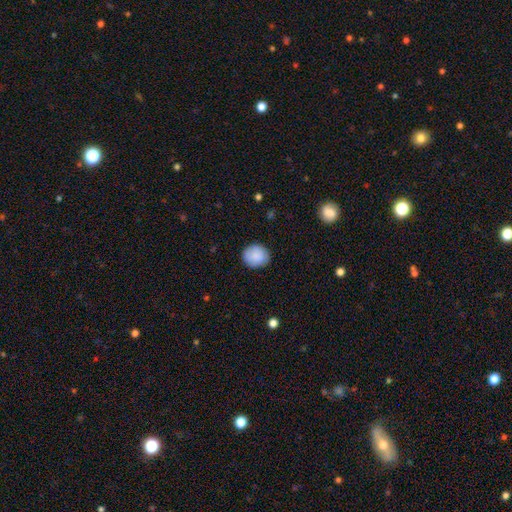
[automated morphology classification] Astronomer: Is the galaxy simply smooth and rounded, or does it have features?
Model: smooth — 88%.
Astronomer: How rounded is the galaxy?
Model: round — 81%.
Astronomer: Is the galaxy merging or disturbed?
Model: none — 87%.